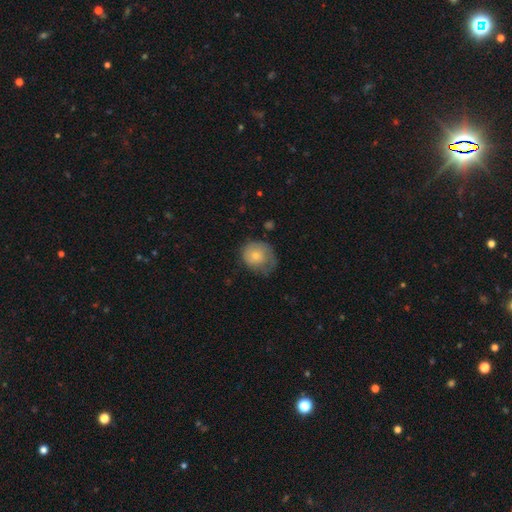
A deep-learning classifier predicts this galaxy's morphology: A smooth galaxy with no disk features (70%) that is round (72%).

Vote fractions:
- Smooth or featured? smooth: 70% / featured or disk: 22% / star or artifact: 7%
- How rounded? round: 72% / in between: 27% / cigar-shaped: 1%
- Merging? none: 43% / minor disturbance: 34% / major disturbance: 21% / merger: 2%